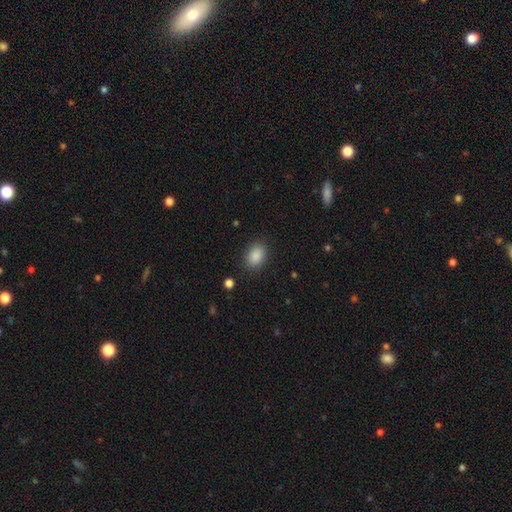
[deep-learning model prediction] This appears to be a smooth galaxy with no disk features (88%) that is in between round and cigar-shaped (78%). Merging: none (85%).